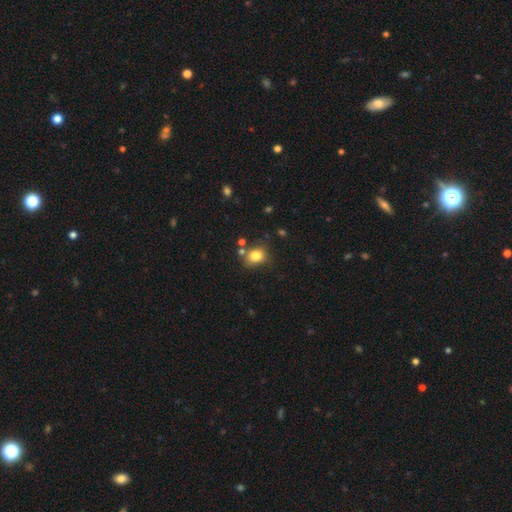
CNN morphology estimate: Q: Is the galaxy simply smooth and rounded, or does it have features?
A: smooth — 81%.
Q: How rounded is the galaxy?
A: round — 63%.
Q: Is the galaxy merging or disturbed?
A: none — 70%.